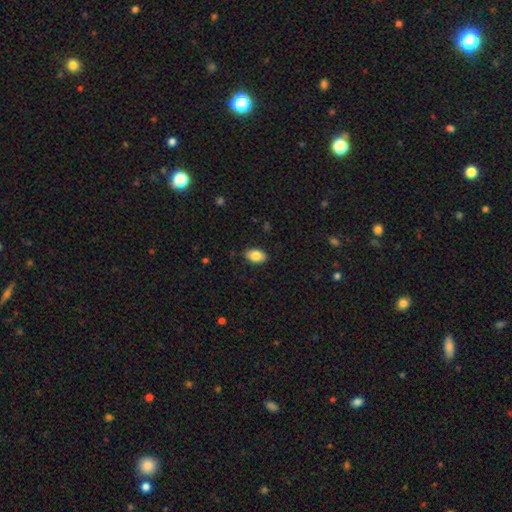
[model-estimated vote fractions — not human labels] This appears to be a smooth galaxy with no disk features (83%) that is in between round and cigar-shaped (92%). Merging: none (87%).